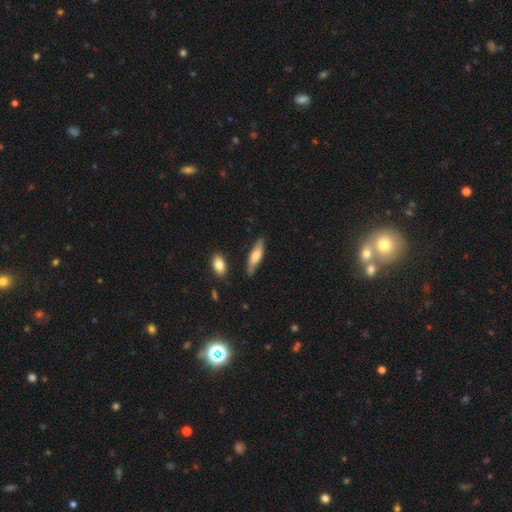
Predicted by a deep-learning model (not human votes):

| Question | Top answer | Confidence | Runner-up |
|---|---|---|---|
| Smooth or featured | smooth | 61% | featured or disk (33%) |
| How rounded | cigar-shaped | 64% | in between (34%) |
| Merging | none | 79% | minor disturbance (16%) |